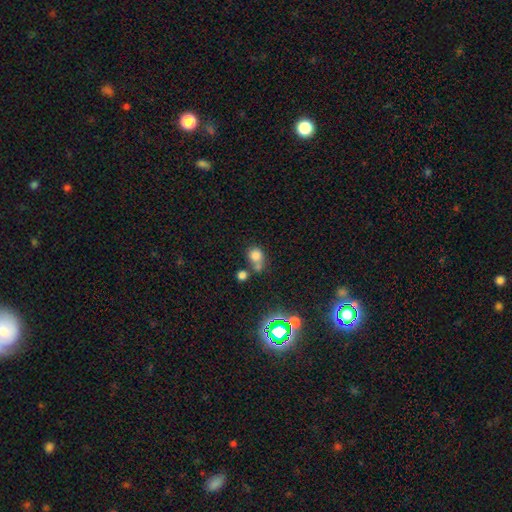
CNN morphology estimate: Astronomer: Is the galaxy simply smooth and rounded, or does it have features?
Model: smooth — 75%.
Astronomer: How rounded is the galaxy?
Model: round — 74%.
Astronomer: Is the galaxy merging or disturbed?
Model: none — 44% (runner-up: merger, 38%).